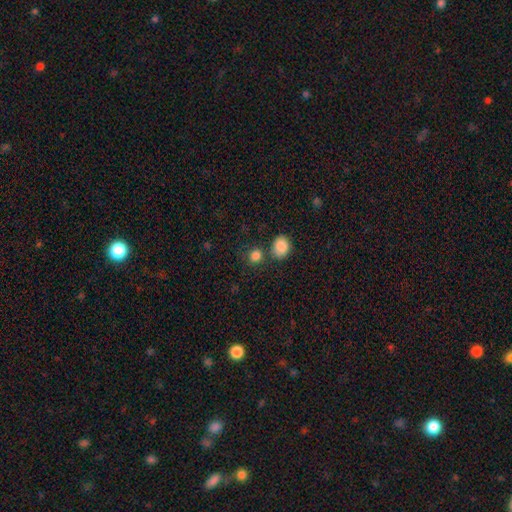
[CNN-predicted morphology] Smooth or featured? Predicted: smooth (p=0.84). How rounded? Predicted: round (p=0.76). Merging? Predicted: none (p=0.67).